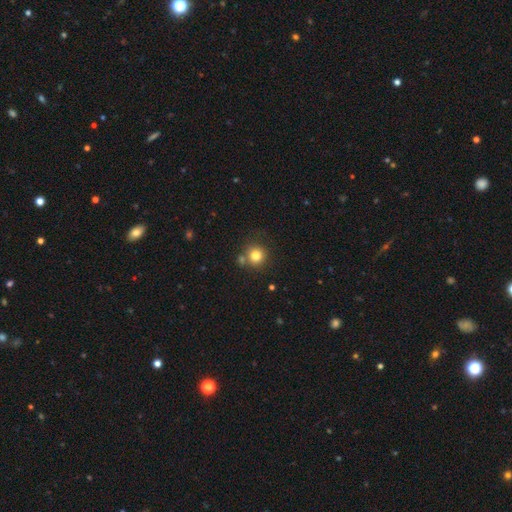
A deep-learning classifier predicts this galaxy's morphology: type=smooth (80%); roundness=round (91%); merging=none (71%).